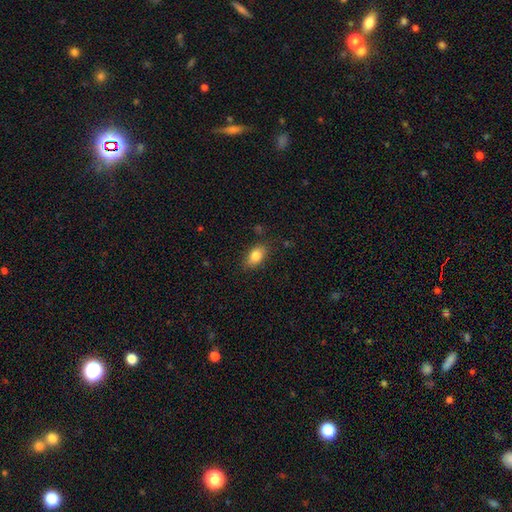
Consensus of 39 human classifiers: Morphology: type=smooth (95%); roundness=in between (78%); merging=none (82%).